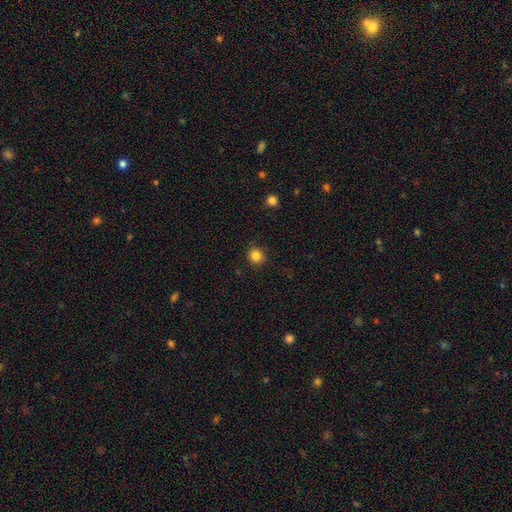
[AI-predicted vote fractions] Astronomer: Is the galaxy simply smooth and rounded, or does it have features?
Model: smooth — 84%.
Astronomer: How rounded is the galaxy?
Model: round — 89%.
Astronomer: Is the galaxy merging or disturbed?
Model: none — 88%.